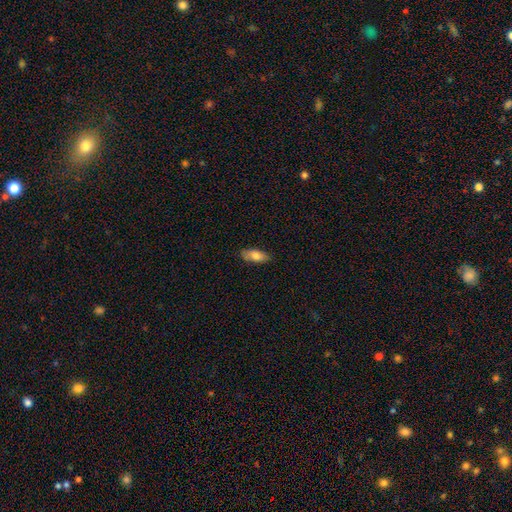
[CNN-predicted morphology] Q: Smooth or featured?
A: smooth (79%); runner-up: featured or disk (14%)
Q: How rounded?
A: in between (81%); runner-up: cigar-shaped (17%)
Q: Merging?
A: none (79%); runner-up: minor disturbance (17%)